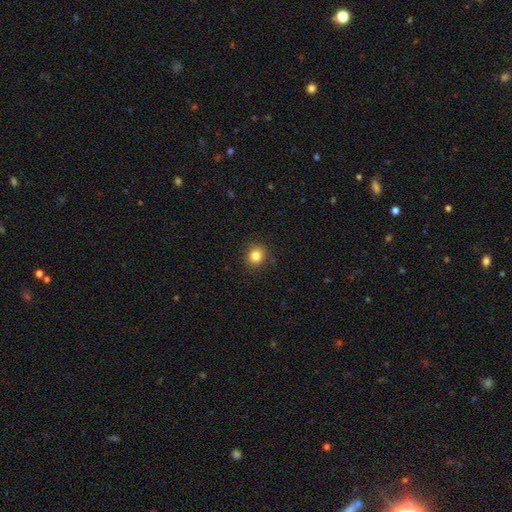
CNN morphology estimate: A smooth galaxy with no disk features (83%) that is round (80%). Merging: none (87%).